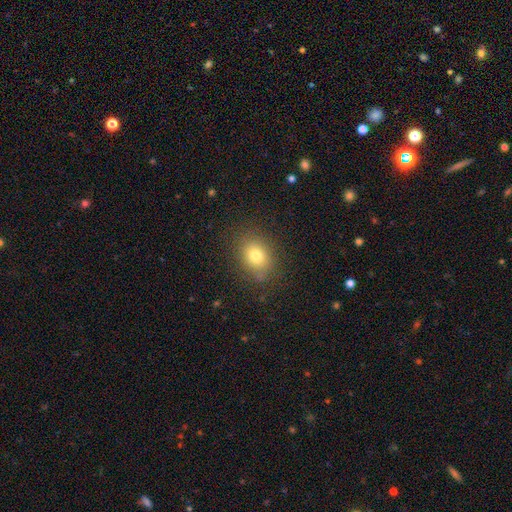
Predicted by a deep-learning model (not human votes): Smooth or featured? smooth (77%)
How rounded? in between (55%)
Merging? none (82%)